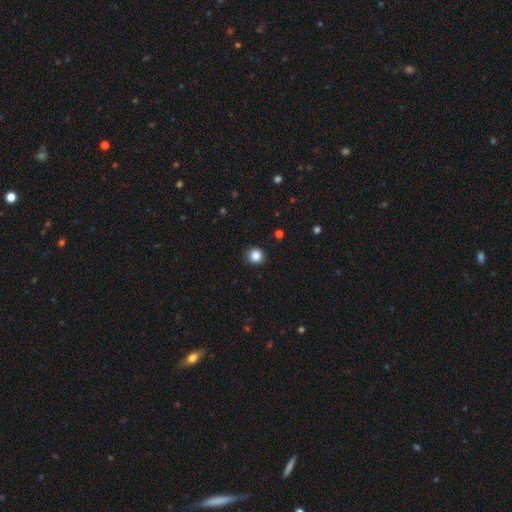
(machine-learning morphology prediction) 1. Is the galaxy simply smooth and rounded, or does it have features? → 86% smooth, 11% star or artifact, 3% featured or disk.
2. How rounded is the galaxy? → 91% round, 8% in between, 1% cigar-shaped.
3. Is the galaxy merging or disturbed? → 89% none, 8% minor disturbance, 2% major disturbance, 1% merger.